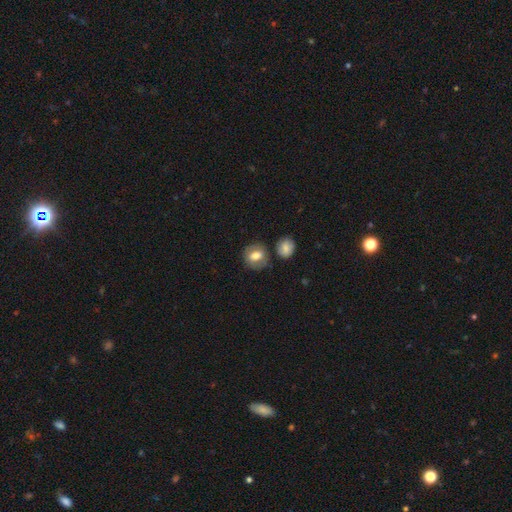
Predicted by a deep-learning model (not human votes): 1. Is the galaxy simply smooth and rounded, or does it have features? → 70% smooth, 22% featured or disk, 8% star or artifact.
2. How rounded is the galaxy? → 61% round, 38% in between, 1% cigar-shaped.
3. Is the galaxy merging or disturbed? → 71% none, 15% minor disturbance, 9% merger, 5% major disturbance.